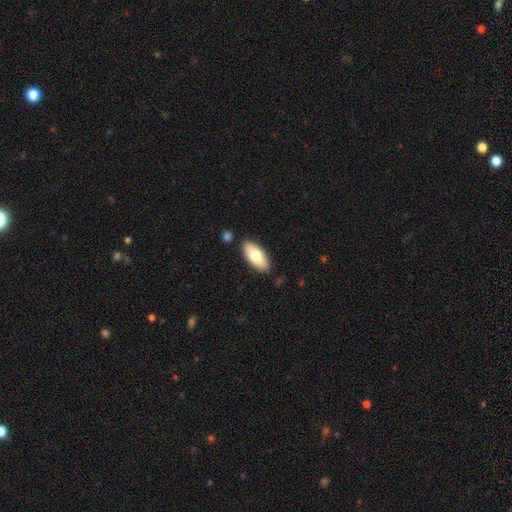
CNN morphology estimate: type=smooth (74%); roundness=in between (87%); merging=none (86%).